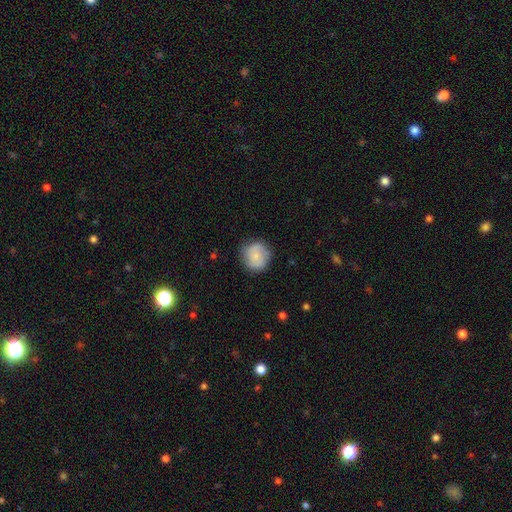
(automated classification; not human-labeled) Morphology: type=smooth (71%); roundness=round (90%); merging=none (78%).